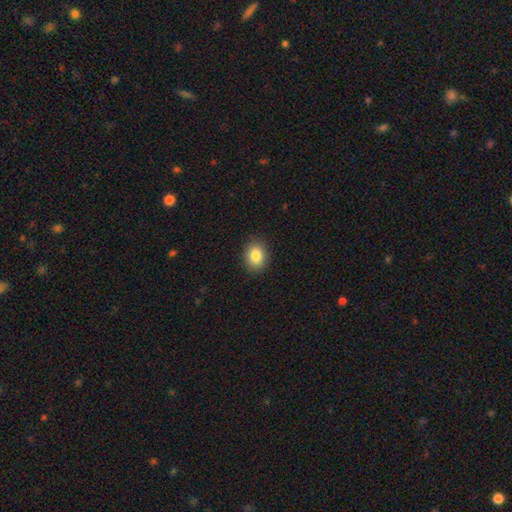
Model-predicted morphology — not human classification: smooth_or_featured: smooth (p=0.85) [alt: star or artifact p=0.09]
how_rounded: in between (p=0.54) [alt: round p=0.45]
merging: none (p=0.89) [alt: minor disturbance p=0.08]